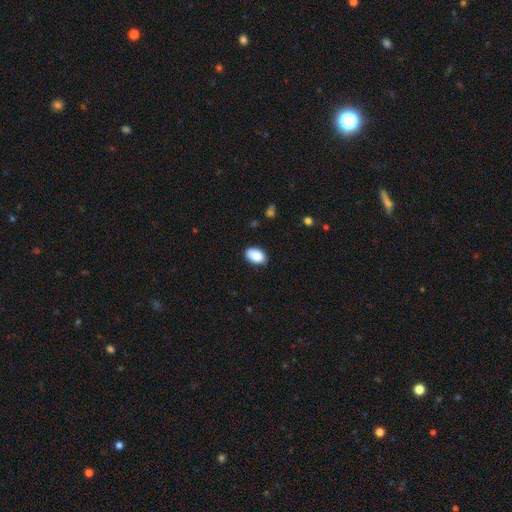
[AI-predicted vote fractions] A smooth galaxy with no disk features (89%) that is in between round and cigar-shaped (90%).

Vote fractions:
- Smooth or featured? smooth: 89% / star or artifact: 7% / featured or disk: 4%
- How rounded? in between: 90% / round: 8% / cigar-shaped: 1%
- Merging? none: 81% / minor disturbance: 15% / major disturbance: 3% / merger: 1%